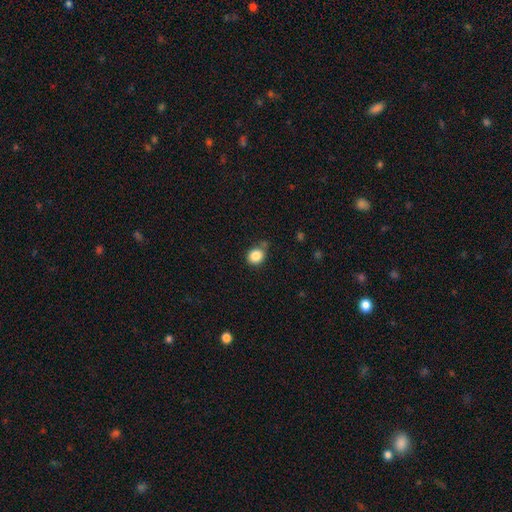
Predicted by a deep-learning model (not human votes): smooth-or-featured: smooth: 85% | star or artifact: 10% | featured or disk: 5%
  how-rounded: round: 73% | in between: 26% | cigar-shaped: 1%
  merging: none: 72% | minor disturbance: 18% | merger: 6% | major disturbance: 4%